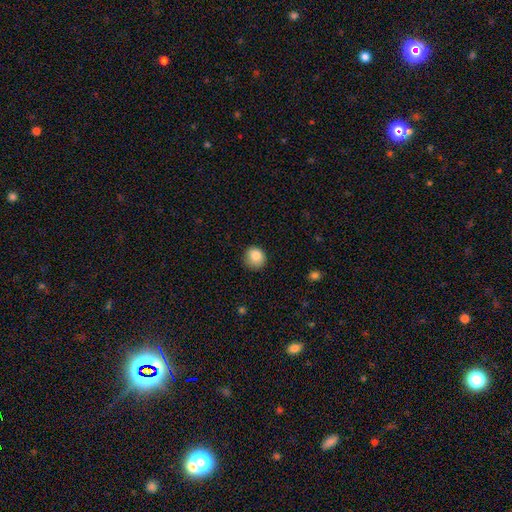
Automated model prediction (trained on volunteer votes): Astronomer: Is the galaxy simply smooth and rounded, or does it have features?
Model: smooth — 84%.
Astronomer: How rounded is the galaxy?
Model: round — 86%.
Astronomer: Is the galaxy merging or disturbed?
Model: none — 79%.